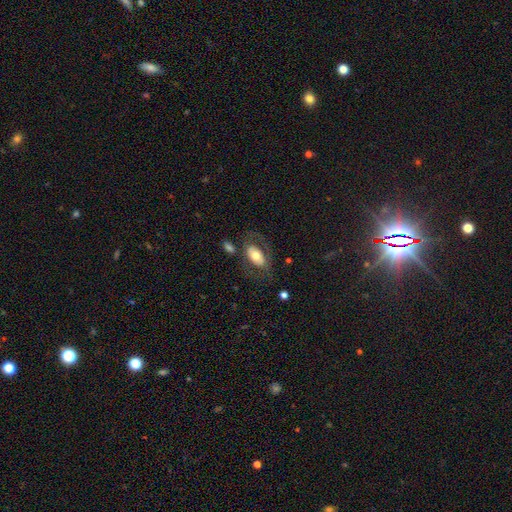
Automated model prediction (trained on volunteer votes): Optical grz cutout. It shows a smooth galaxy with no disk features (56%) that is in between round and cigar-shaped (92%). Merging: none (63%).